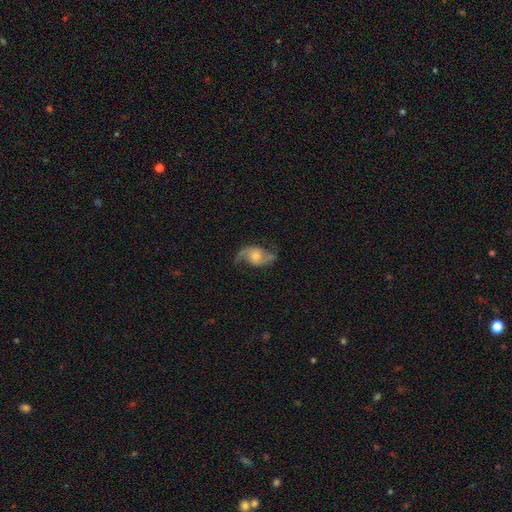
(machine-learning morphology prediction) Smooth or featured? featured or disk (83%)
Edge-on disk? no (96%)
Bar? no (65%)
Spiral arms? yes (95%)
Spiral winding? loose (58%)
Spiral arm count? 2 (92%)
Bulge size? moderate (52%)
Merging? none (74%)